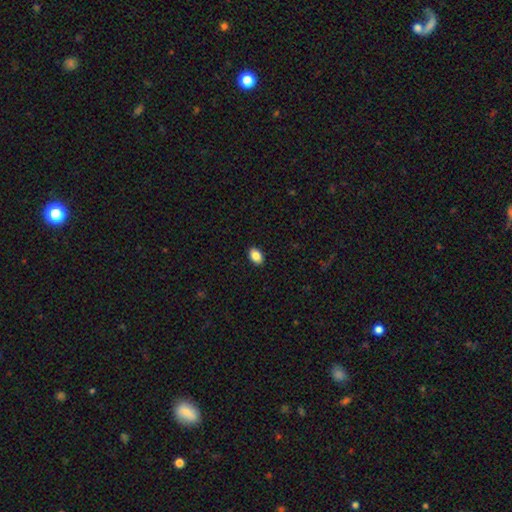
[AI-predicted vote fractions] Smooth or featured? smooth (87%)
How rounded? in between (87%)
Merging? none (90%)